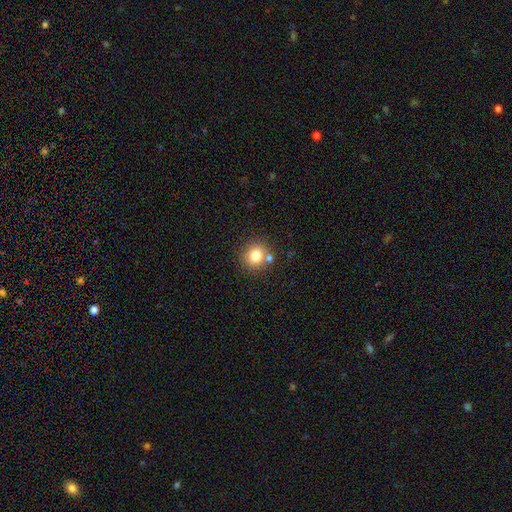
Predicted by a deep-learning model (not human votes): smooth 81%, star or artifact 11%, featured or disk 8%. Down the decision tree: how rounded — round (83%); merging — none (72%).